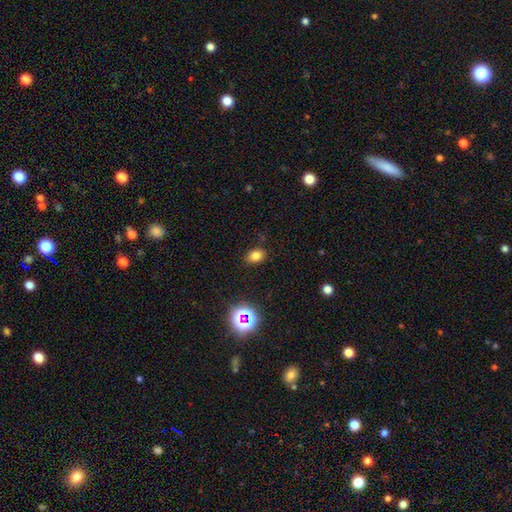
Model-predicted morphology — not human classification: smooth-or-featured: smooth: 76% | star or artifact: 17% | featured or disk: 7%
  how-rounded: in between: 70% | round: 28% | cigar-shaped: 1%
  merging: none: 85% | minor disturbance: 11% | major disturbance: 3% | merger: 2%